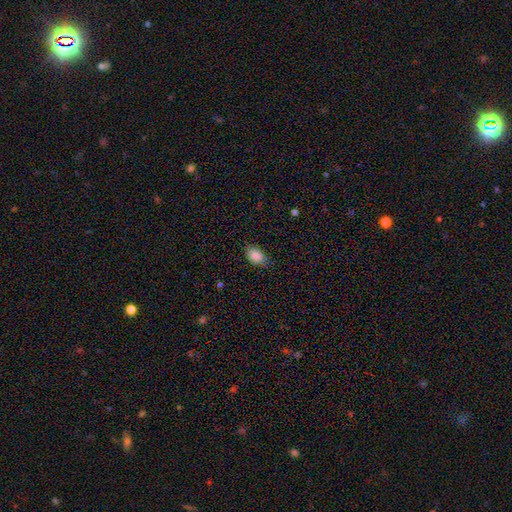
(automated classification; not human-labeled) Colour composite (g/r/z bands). It shows a smooth galaxy with no disk features (88%) that is in between round and cigar-shaped (87%). Merging: none (76%).